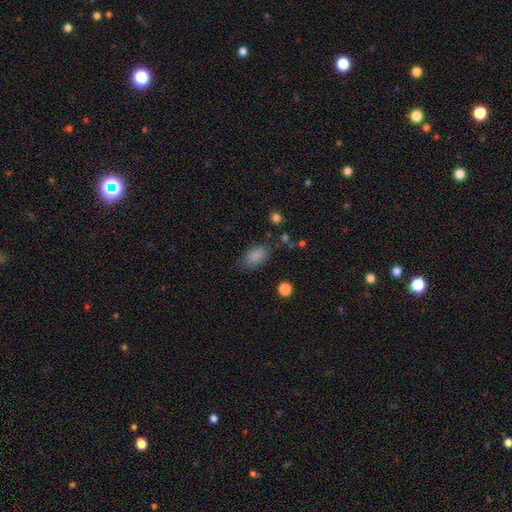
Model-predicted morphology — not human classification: Smooth or featured? smooth (86%)
How rounded? in between (90%)
Merging? none (76%)